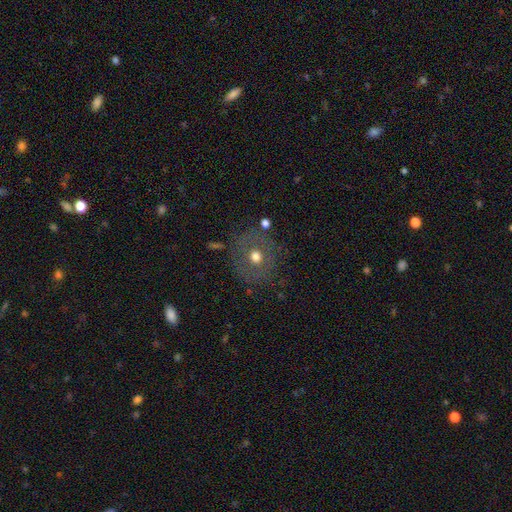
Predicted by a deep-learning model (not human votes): Smooth or featured: smooth — 59% (featured or disk — 29%)
How rounded: round — 86% (in between — 13%)
Merging: none — 80% (minor disturbance — 12%)